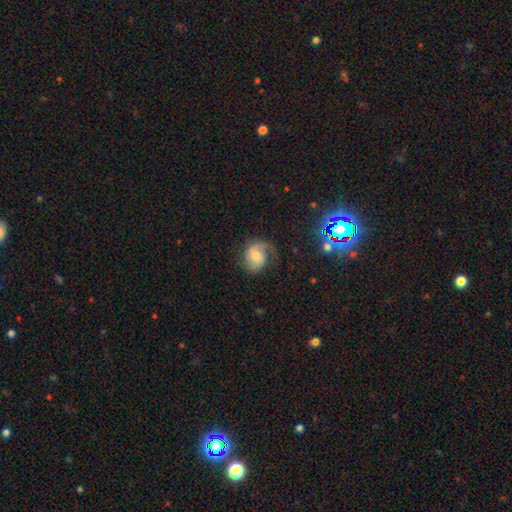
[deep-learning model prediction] Overall: featured or disk (66%). Edge-on disk: no (97%). Bar: no (56%; weak 36%). Spiral arms: yes (92%). Spiral arm count: 2 (62%; 1 29%). Spiral winding: medium (44%; loose 32%). Bulge size: moderate (57%; small 32%). Merging: none (60%; minor disturbance 22%).